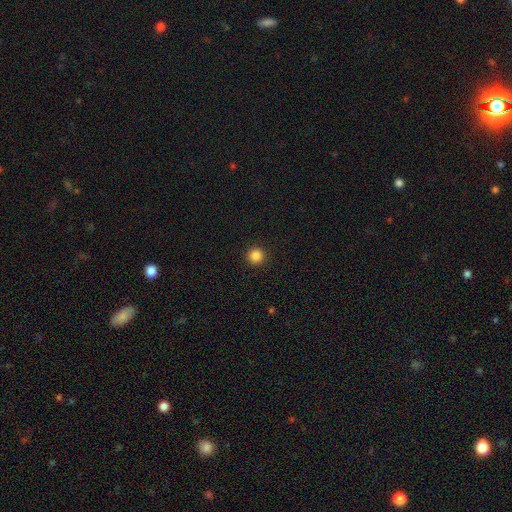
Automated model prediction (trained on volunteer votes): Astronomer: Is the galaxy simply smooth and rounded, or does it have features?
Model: smooth — 85%.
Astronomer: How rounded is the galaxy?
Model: round — 96%.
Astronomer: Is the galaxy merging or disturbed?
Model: none — 93%.